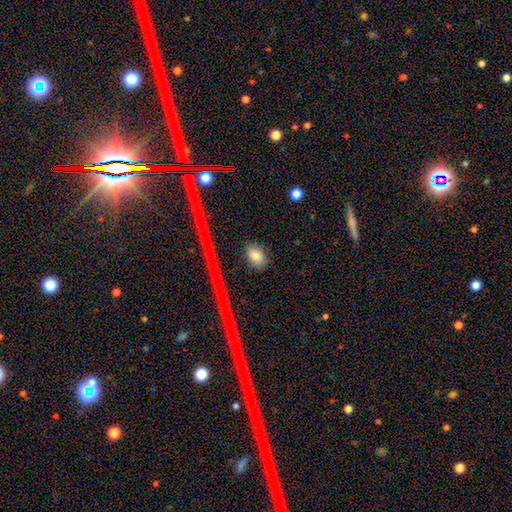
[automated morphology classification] This appears to be a smooth galaxy with no disk features (81%) that is in between round and cigar-shaped (67%). Merging: none (84%).